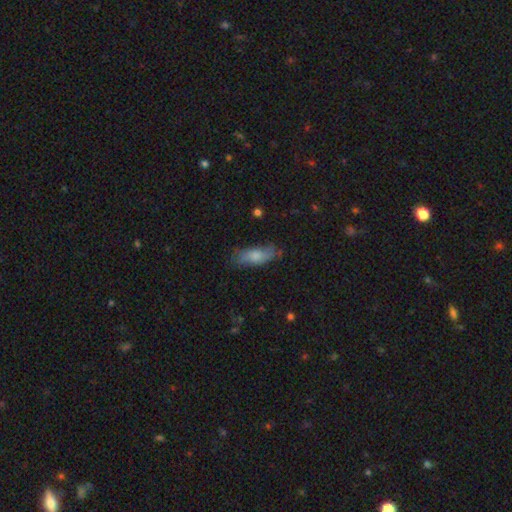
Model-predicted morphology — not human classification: A smooth galaxy with no disk features (73%) that is in between round and cigar-shaped (71%). Merging: none (65%).